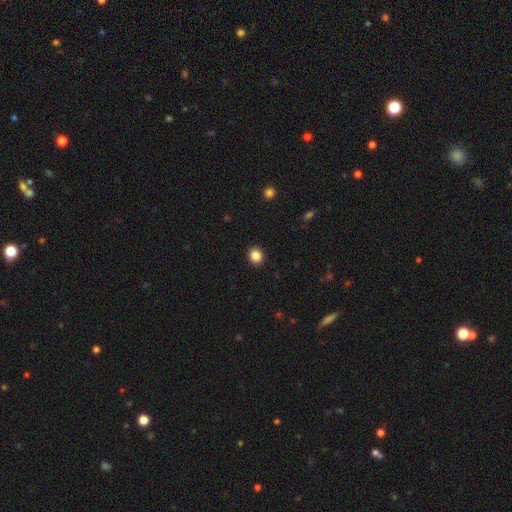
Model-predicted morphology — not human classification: smooth-or-featured: smooth: 86% | star or artifact: 11% | featured or disk: 4%
  how-rounded: round: 77% | in between: 22% | cigar-shaped: 1%
  merging: none: 92% | minor disturbance: 5% | major disturbance: 2% | merger: 1%